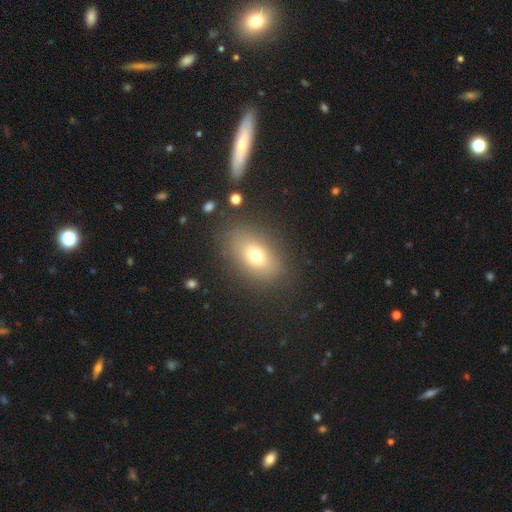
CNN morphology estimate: Q: Smooth or featured?
A: smooth (71%); runner-up: featured or disk (17%)
Q: How rounded?
A: in between (83%); runner-up: round (14%)
Q: Merging?
A: none (82%); runner-up: minor disturbance (11%)